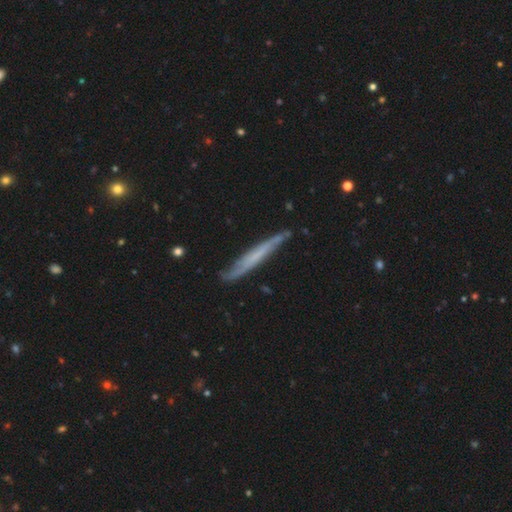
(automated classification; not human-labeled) A featured or disk galaxy (56%) viewed edge-on (86%).

Vote fractions:
- Smooth or featured? featured or disk: 56% / smooth: 37% / star or artifact: 7%
- Edge-on disk? yes: 86% / no: 14%
- Merging? none: 75% / minor disturbance: 19% / major disturbance: 3% / merger: 2%